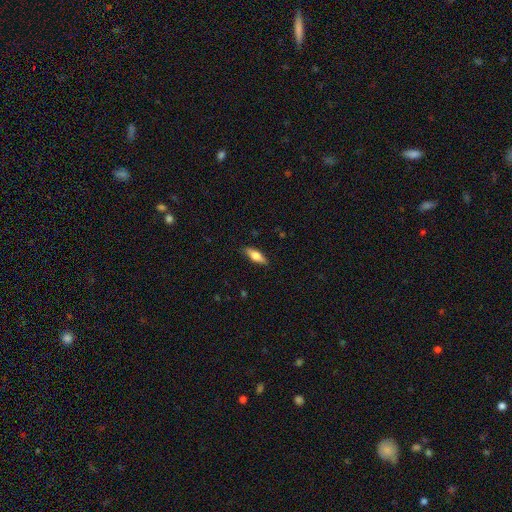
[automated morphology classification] A smooth galaxy with no disk features (64%) that is in between round and cigar-shaped (61%). Merging: none (86%).